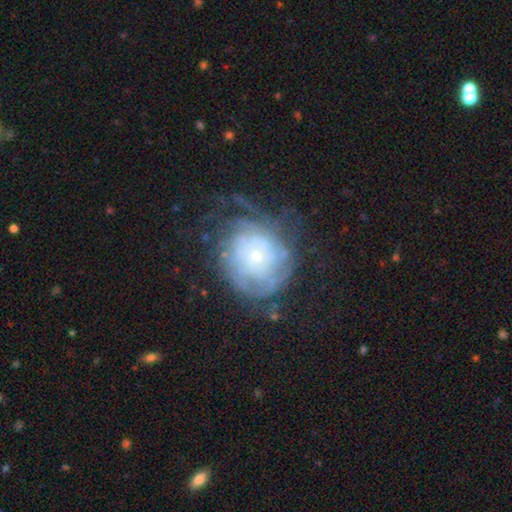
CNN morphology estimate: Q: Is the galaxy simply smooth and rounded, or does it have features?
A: featured or disk — 71%.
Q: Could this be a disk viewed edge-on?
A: no — 97%.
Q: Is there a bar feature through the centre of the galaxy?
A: no — 83%.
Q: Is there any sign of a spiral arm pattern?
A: yes — 76%.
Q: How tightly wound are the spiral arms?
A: tight — 65%.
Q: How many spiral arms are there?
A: can't tell — 56%.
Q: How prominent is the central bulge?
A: small — 74%.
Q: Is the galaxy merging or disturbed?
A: none — 54%.